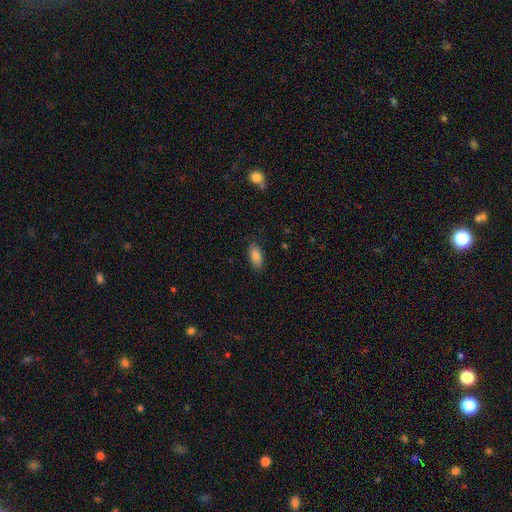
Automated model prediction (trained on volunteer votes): Q: Smooth or featured?
A: smooth (86%); runner-up: star or artifact (7%)
Q: How rounded?
A: in between (89%); runner-up: cigar-shaped (9%)
Q: Merging?
A: none (86%); runner-up: minor disturbance (10%)